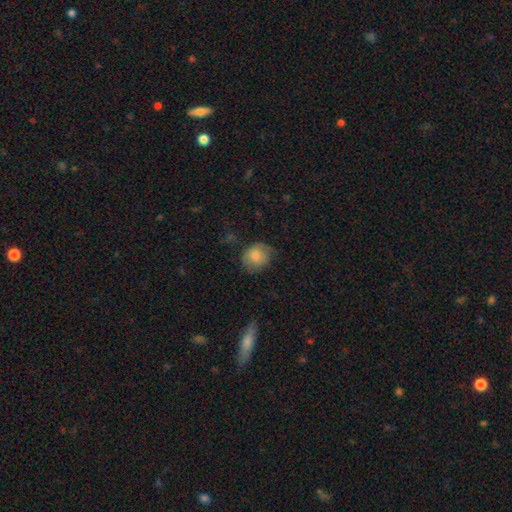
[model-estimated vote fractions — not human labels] Smooth or featured?
  - smooth: 79% *
  - featured or disk: 13%
  - star or artifact: 8%
How rounded?
  - round: 70% *
  - in between: 29%
  - cigar-shaped: 1%
Merging?
  - none: 56% *
  - minor disturbance: 31%
  - major disturbance: 11%
  - merger: 2%